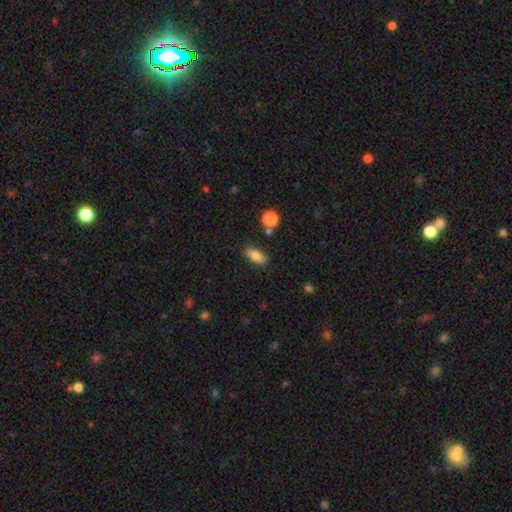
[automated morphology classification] smooth-or-featured: smooth: 79% | featured or disk: 13% | star or artifact: 9%
  how-rounded: in between: 81% | cigar-shaped: 14% | round: 5%
  merging: none: 83% | minor disturbance: 11% | merger: 3% | major disturbance: 3%